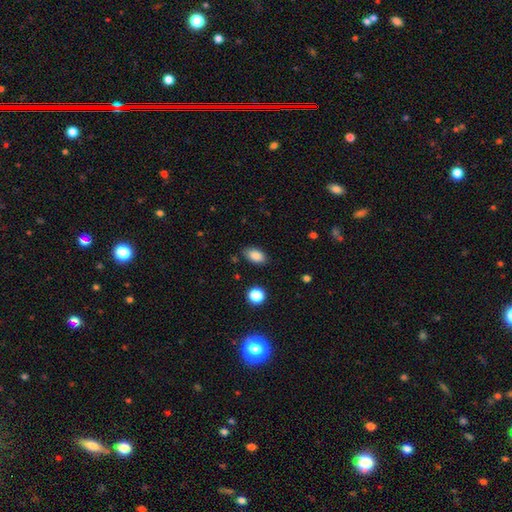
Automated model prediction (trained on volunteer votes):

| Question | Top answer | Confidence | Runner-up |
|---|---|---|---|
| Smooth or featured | smooth | 86% | star or artifact (9%) |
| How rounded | in between | 90% | round (7%) |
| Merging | none | 83% | minor disturbance (12%) |